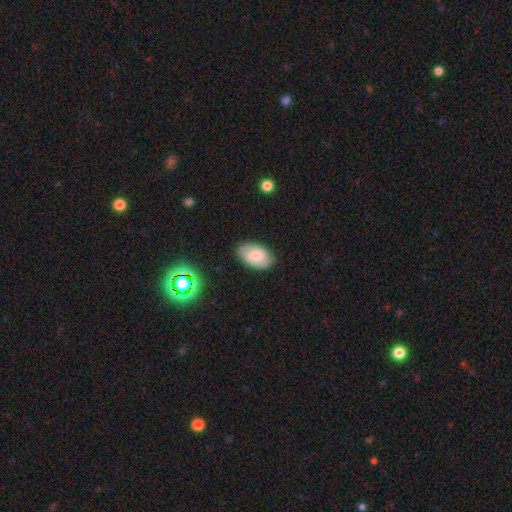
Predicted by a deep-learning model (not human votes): Smooth or featured? smooth (66%)
How rounded? in between (93%)
Merging? none (84%)